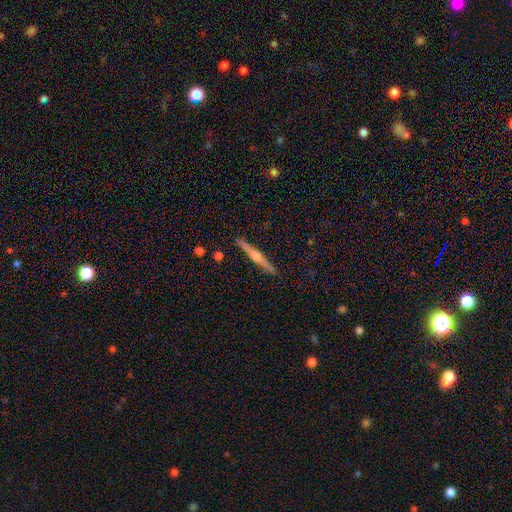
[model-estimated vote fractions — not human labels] featured or disk 72%, smooth 22%, star or artifact 6%. Down the decision tree: edge-on disk — yes (98%); edge-on bulge — rounded (84%); merging — none (91%).